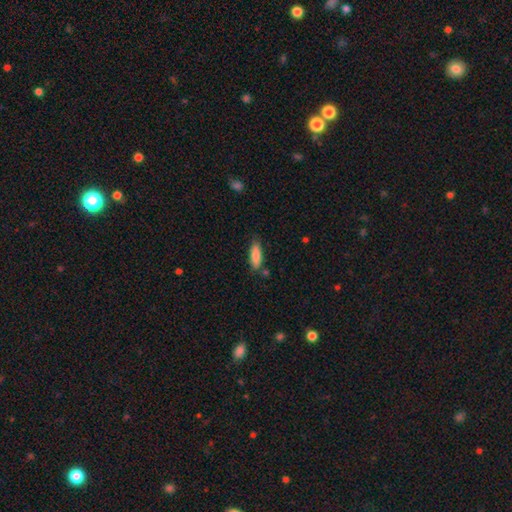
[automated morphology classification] A smooth galaxy with no disk features (82%) that is in between round and cigar-shaped (54%). Merging: none (76%).